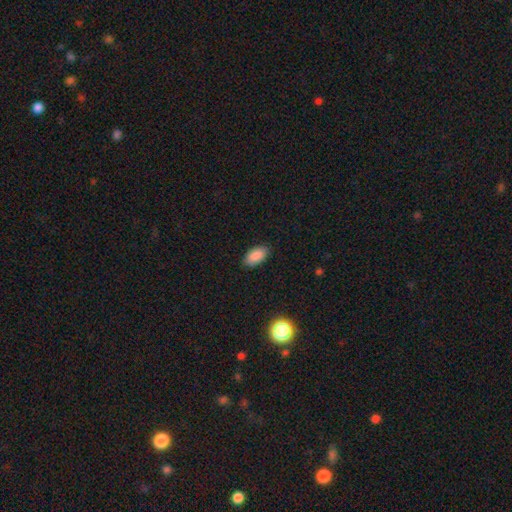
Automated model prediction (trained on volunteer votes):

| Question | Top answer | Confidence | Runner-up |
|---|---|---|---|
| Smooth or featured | smooth | 88% | star or artifact (8%) |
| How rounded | in between | 94% | cigar-shaped (3%) |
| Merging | none | 86% | minor disturbance (10%) |